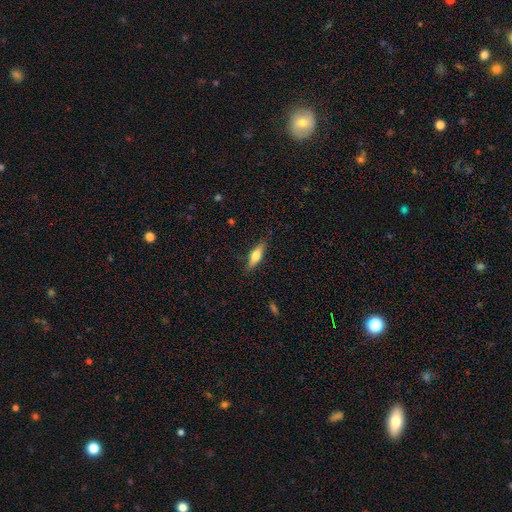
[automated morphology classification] smooth-or-featured: smooth: 61% | featured or disk: 33% | star or artifact: 7%
  how-rounded: cigar-shaped: 51% | in between: 46% | round: 3%
  merging: none: 84% | minor disturbance: 12% | major disturbance: 3% | merger: 1%